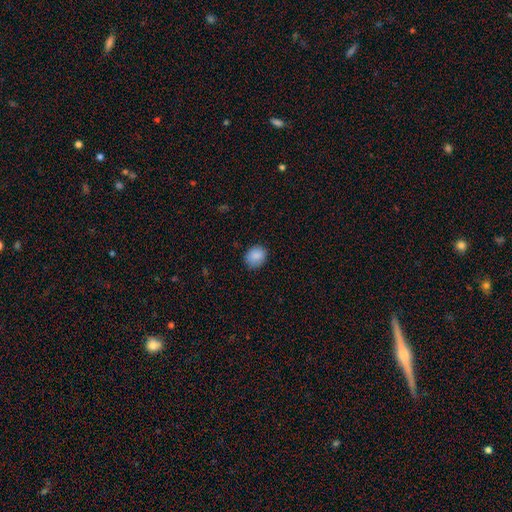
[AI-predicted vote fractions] Smooth or featured: smooth — 88% (star or artifact — 8%)
How rounded: round — 63% (in between — 37%)
Merging: none — 83% (minor disturbance — 13%)